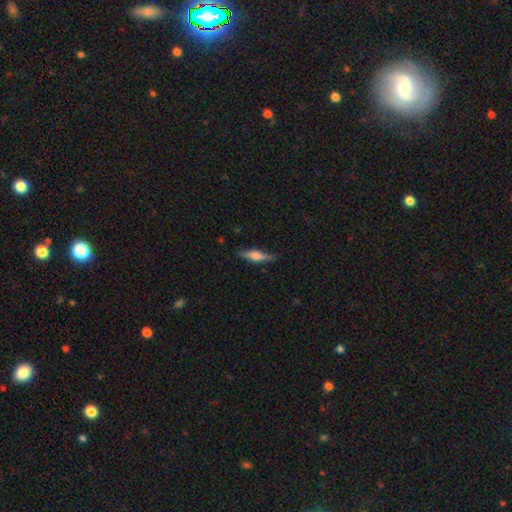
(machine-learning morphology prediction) The model was most divided on "smooth or featured": featured or disk: 51%, smooth: 43%, star or artifact: 6%. More confident: edge-on disk — yes (95%); merging — none (84%).